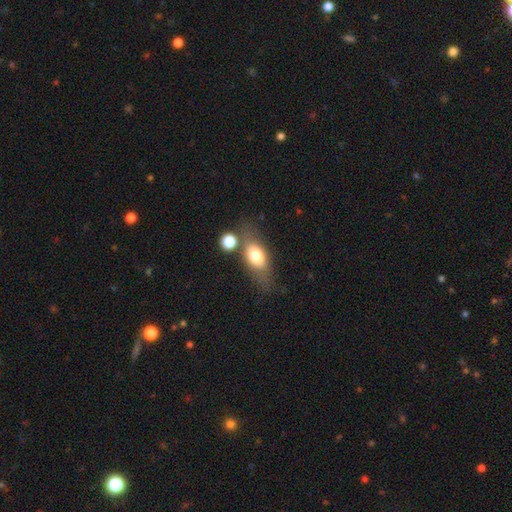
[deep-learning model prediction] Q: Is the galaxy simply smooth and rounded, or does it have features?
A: smooth — 67%.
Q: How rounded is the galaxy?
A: in between — 74%.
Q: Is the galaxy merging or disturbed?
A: none — 57%.